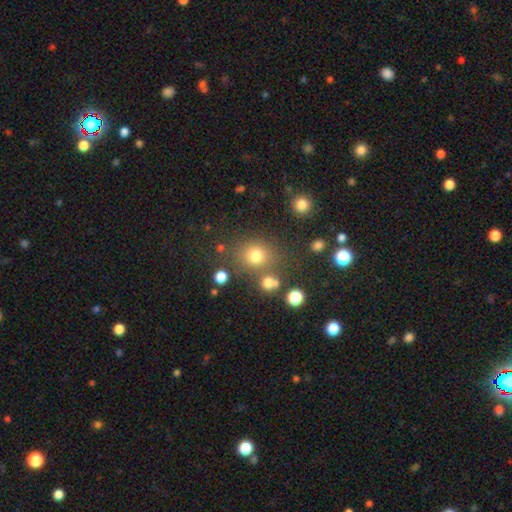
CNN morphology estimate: Q: Smooth or featured?
A: smooth (74%); runner-up: star or artifact (18%)
Q: How rounded?
A: round (79%); runner-up: in between (20%)
Q: Merging?
A: none (72%); runner-up: merger (12%)